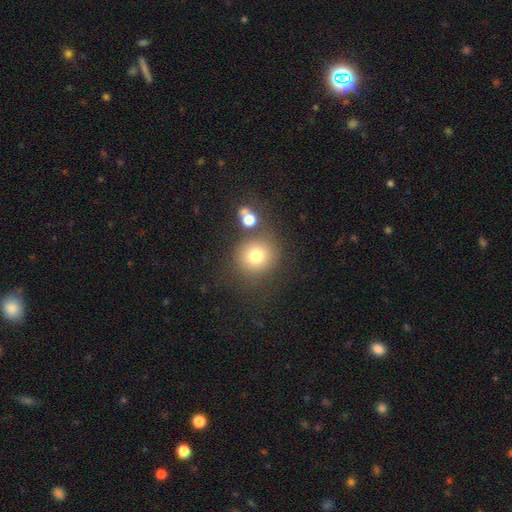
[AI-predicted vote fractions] Morphology: type=smooth (75%); roundness=round (88%); merging=none (70%).